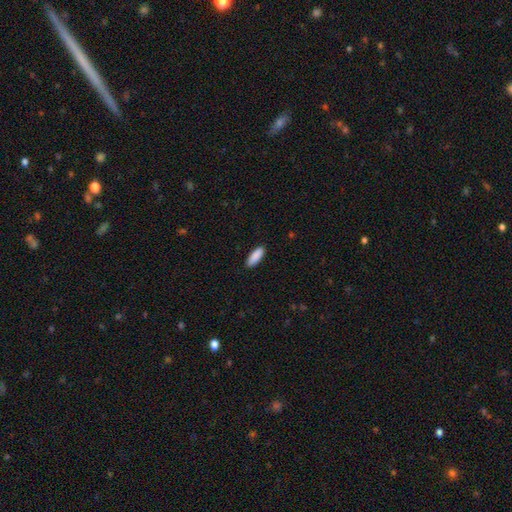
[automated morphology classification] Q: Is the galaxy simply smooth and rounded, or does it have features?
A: smooth — 91%.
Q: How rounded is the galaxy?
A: in between — 67%.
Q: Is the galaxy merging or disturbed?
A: none — 90%.